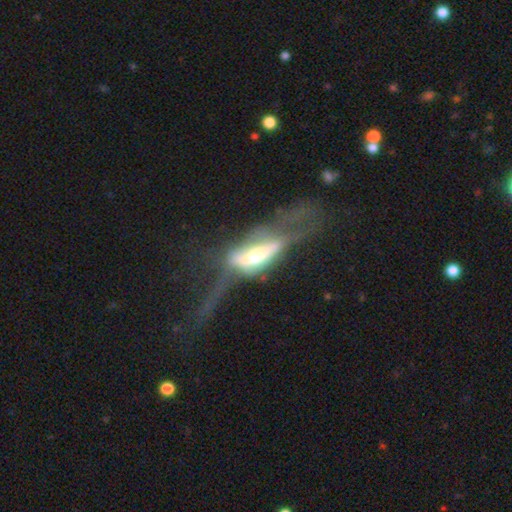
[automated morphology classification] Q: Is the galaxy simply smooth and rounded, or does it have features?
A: featured or disk — 62%.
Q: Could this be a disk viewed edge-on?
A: yes — 60%.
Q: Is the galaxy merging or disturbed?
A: major disturbance — 57%.